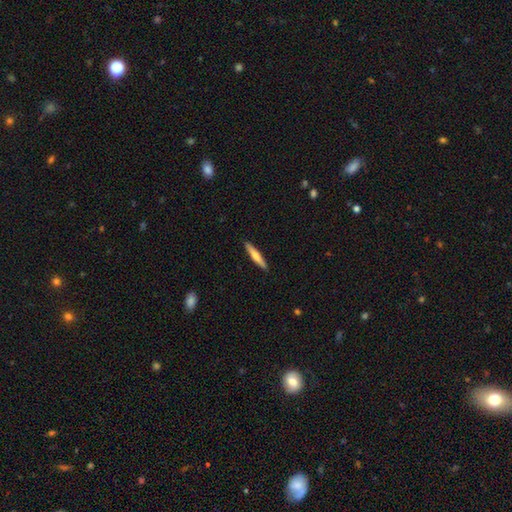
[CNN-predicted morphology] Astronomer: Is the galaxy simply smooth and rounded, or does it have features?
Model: smooth — 54% (runner-up: featured or disk, 41%).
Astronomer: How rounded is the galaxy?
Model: cigar-shaped — 91%.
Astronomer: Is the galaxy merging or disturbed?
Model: none — 91%.